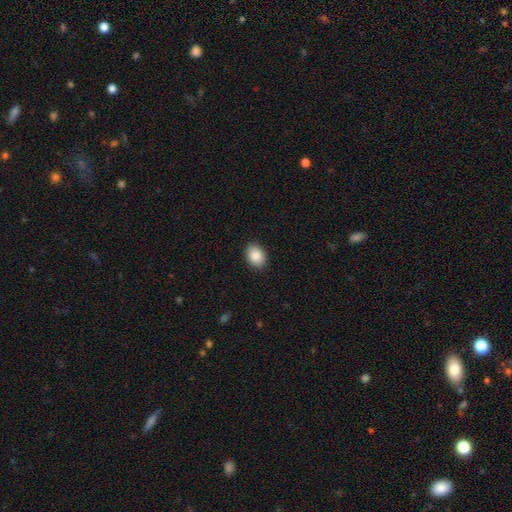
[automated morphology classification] This appears to be a smooth galaxy with no disk features (88%) that is in between round and cigar-shaped (72%). Merging: none (90%).